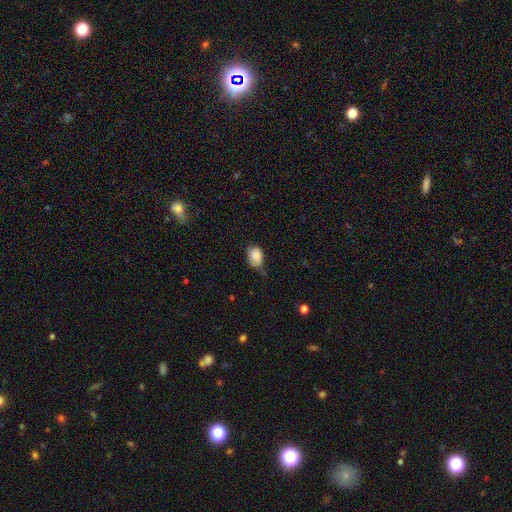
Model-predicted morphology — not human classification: The model was most divided on "merging": minor disturbance: 45%, none: 37%, major disturbance: 15%, merger: 3%. More confident: smooth or featured — smooth (81%); how rounded — in between (72%).